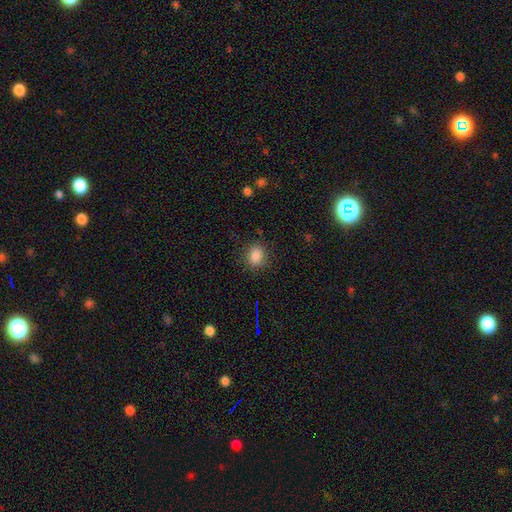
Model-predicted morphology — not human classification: smooth_or_featured: smooth (p=0.85) [alt: star or artifact p=0.11]
how_rounded: round (p=0.61) [alt: in between p=0.38]
merging: none (p=0.85) [alt: minor disturbance p=0.10]